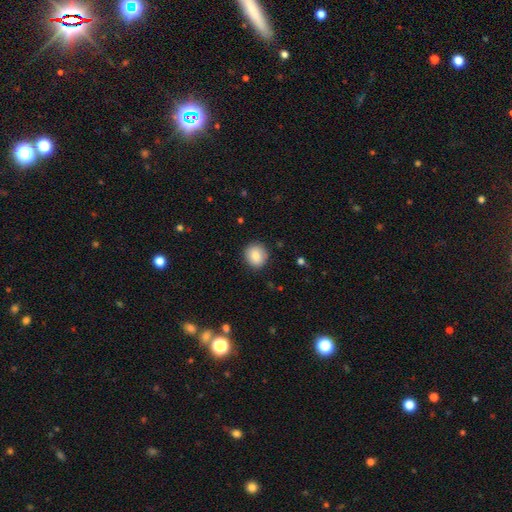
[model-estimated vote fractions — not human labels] Morphology: type=smooth (84%); roundness=round (86%); merging=none (88%).